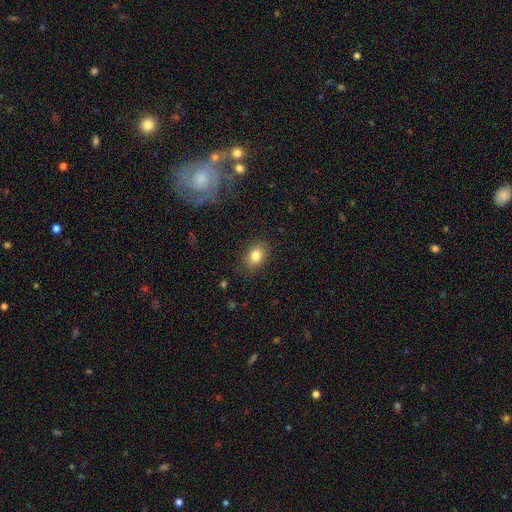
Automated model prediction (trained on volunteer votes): smooth_or_featured: smooth (p=0.82) [alt: star or artifact p=0.10]
how_rounded: in between (p=0.70) [alt: round p=0.29]
merging: none (p=0.85) [alt: minor disturbance p=0.11]